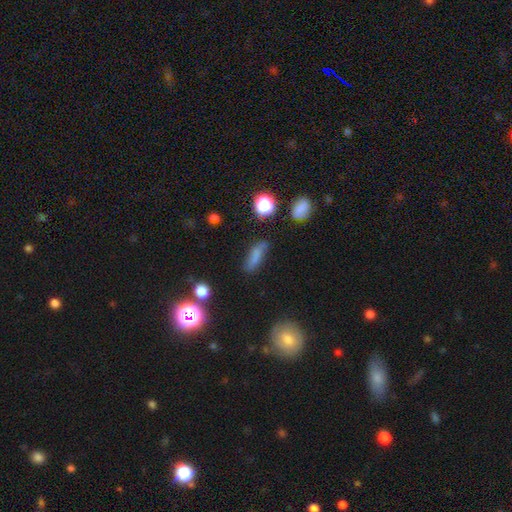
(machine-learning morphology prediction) type=smooth (69%); roundness=cigar-shaped (49%); merging=none (64%).